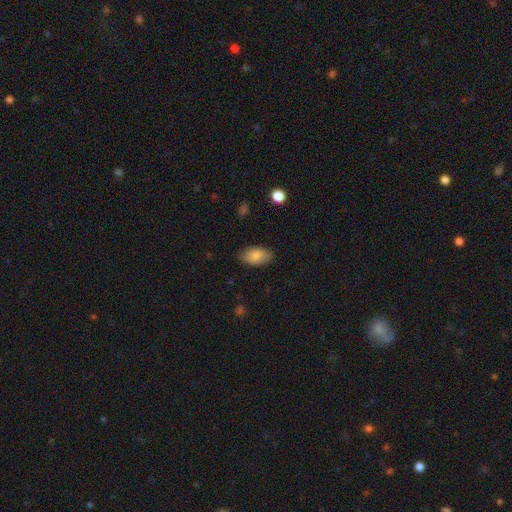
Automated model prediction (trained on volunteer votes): A smooth galaxy with no disk features (84%) that is in between round and cigar-shaped (93%).

Vote fractions:
- Smooth or featured? smooth: 84% / featured or disk: 9% / star or artifact: 7%
- How rounded? in between: 93% / round: 5% / cigar-shaped: 2%
- Merging? none: 83% / minor disturbance: 14% / major disturbance: 3% / merger: 1%